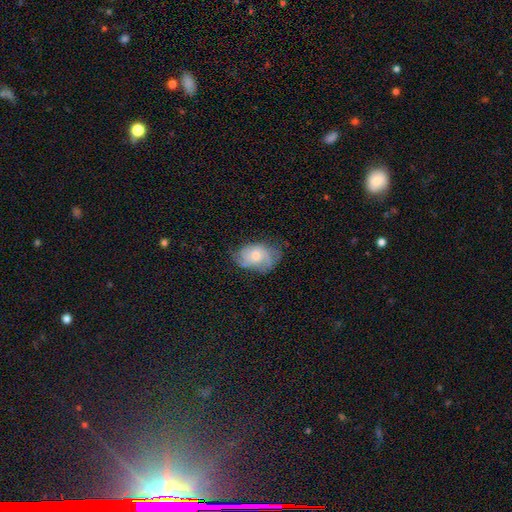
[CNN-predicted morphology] Smooth or featured? featured or disk (55%)
Edge-on disk? no (96%)
Bar? no (74%)
Spiral arms? yes (84%)
Bulge size? moderate (48%)
Merging? none (56%)